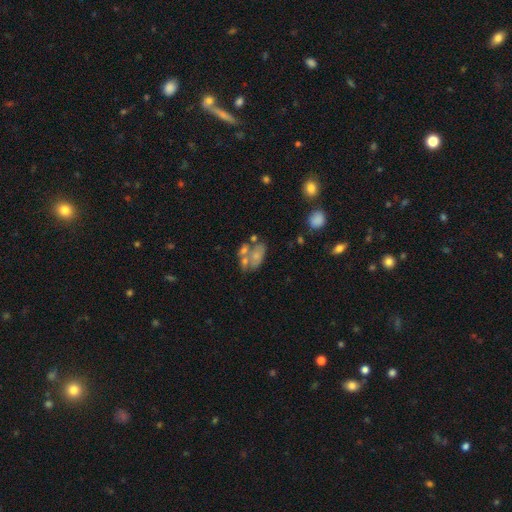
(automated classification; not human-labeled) Smooth or featured?
  - smooth: 53% *
  - featured or disk: 37%
  - star or artifact: 10%
How rounded?
  - in between: 86% *
  - round: 11%
  - cigar-shaped: 3%
Merging?
  - merger: 40% *
  - none: 30%
  - minor disturbance: 17%
  - major disturbance: 14%